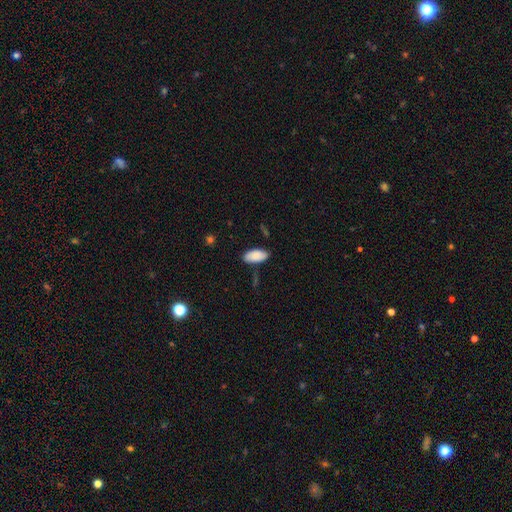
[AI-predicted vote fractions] Smooth or featured?
  - smooth: 88% *
  - star or artifact: 6%
  - featured or disk: 6%
How rounded?
  - in between: 93% *
  - cigar-shaped: 5%
  - round: 2%
Merging?
  - none: 82% *
  - minor disturbance: 13%
  - major disturbance: 3%
  - merger: 2%